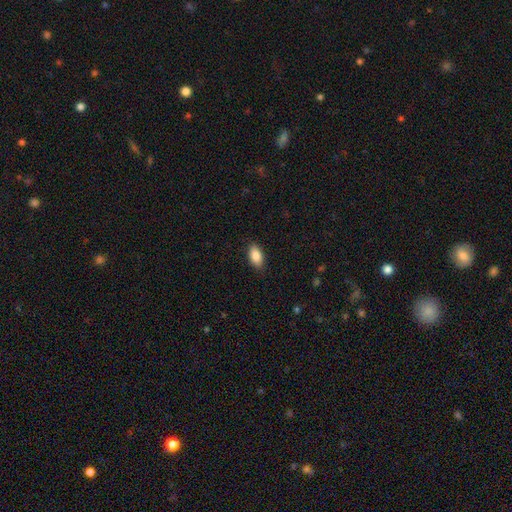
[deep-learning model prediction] Smooth or featured: smooth — 87% (star or artifact — 7%)
How rounded: in between — 91% (cigar-shaped — 5%)
Merging: none — 87% (minor disturbance — 10%)